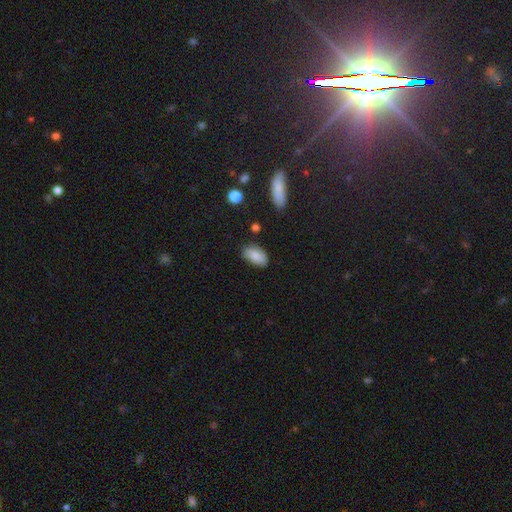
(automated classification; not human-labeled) The model was most divided on "merging": none: 70%, minor disturbance: 24%, major disturbance: 4%, merger: 2%. More confident: how rounded — in between (93%); smooth or featured — smooth (82%).